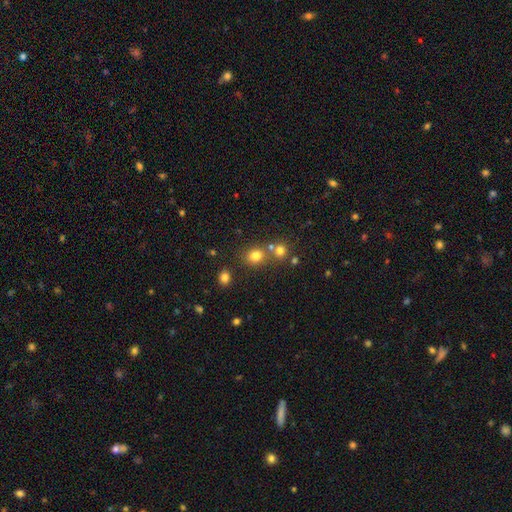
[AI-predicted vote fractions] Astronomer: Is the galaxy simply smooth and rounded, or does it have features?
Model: smooth — 77%.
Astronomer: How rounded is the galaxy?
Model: round — 69%.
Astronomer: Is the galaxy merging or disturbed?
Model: none — 65%.